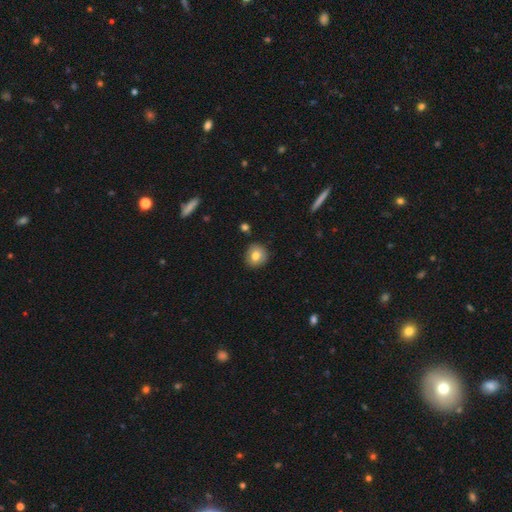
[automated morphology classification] This is likely a smooth galaxy (78%). How rounded: clearly round (89%). Merging: clearly none (87%).